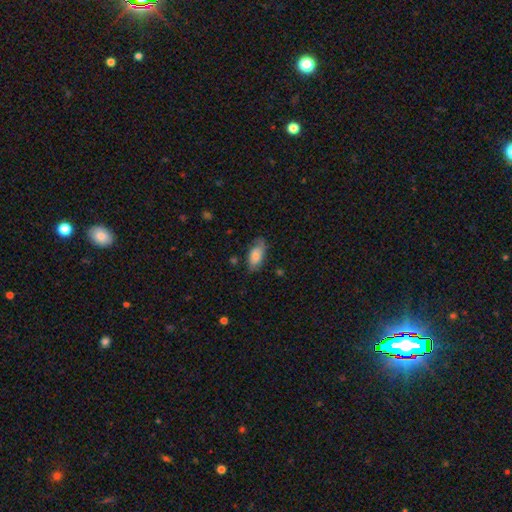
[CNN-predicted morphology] type=smooth (73%); roundness=in between (89%); merging=none (63%).